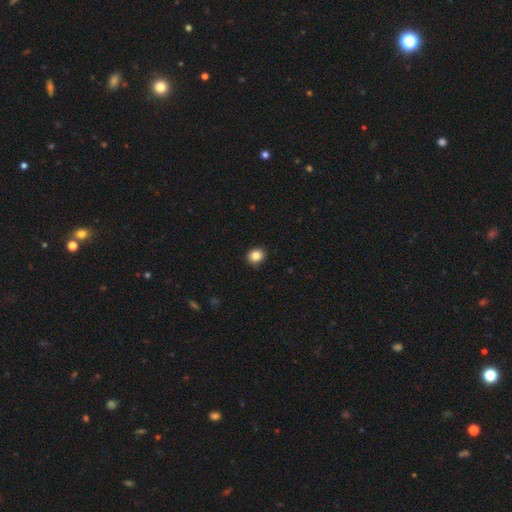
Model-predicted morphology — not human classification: Smooth or featured: smooth — 86% (star or artifact — 10%)
How rounded: round — 68% (in between — 31%)
Merging: none — 89% (minor disturbance — 8%)